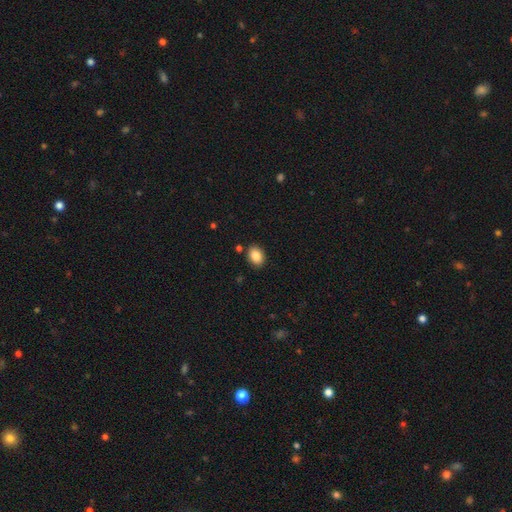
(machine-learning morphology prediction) A smooth galaxy with no disk features (85%) that is in between round and cigar-shaped (69%).

Vote fractions:
- Smooth or featured? smooth: 85% / star or artifact: 8% / featured or disk: 6%
- How rounded? in between: 69% / round: 30% / cigar-shaped: 1%
- Merging? none: 87% / minor disturbance: 8% / merger: 3% / major disturbance: 2%